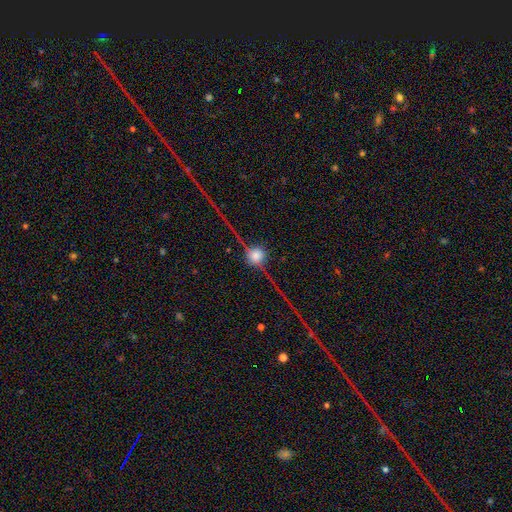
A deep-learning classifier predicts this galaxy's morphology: Smooth or featured: featured or disk — 64% (smooth — 20%)
Edge-on disk: yes — 92% (no — 8%)
Edge-on bulge: rounded — 91% (boxy — 7%)
Merging: none — 81% (minor disturbance — 12%)